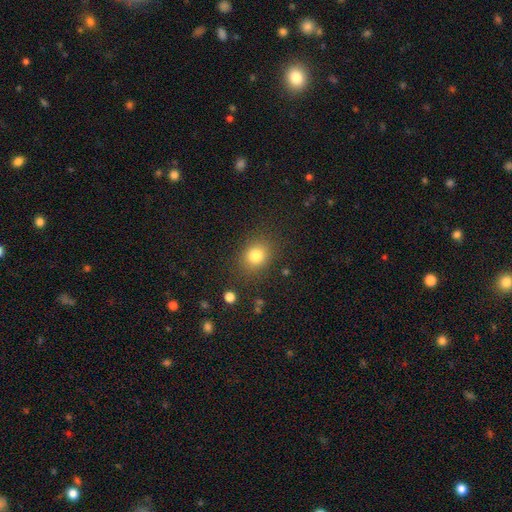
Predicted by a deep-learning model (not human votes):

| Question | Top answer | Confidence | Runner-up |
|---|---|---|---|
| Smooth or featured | smooth | 81% | star or artifact (12%) |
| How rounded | round | 59% | in between (40%) |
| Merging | none | 83% | minor disturbance (11%) |